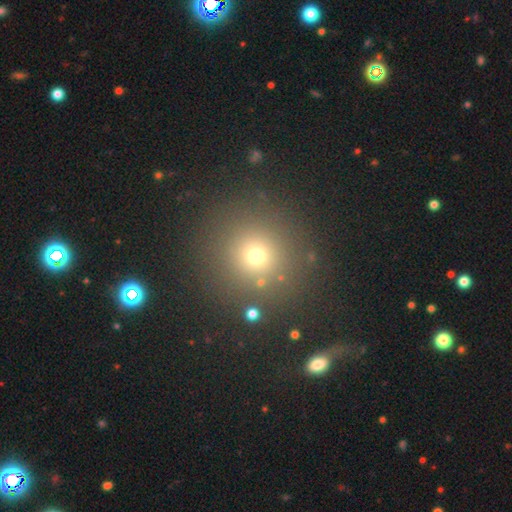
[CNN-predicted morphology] Q: Smooth or featured?
A: smooth (68%); runner-up: star or artifact (24%)
Q: How rounded?
A: round (93%); runner-up: in between (6%)
Q: Merging?
A: none (85%); runner-up: minor disturbance (7%)